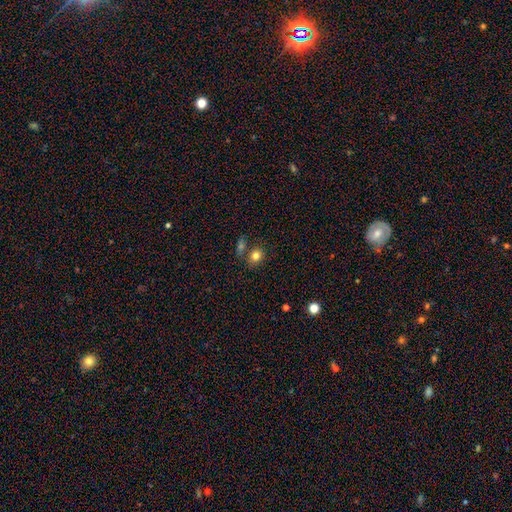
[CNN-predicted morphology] The model was most divided on "merging": none: 64%, merger: 20%, minor disturbance: 12%, major disturbance: 5%. More confident: smooth or featured — smooth (80%); how rounded — round (72%).